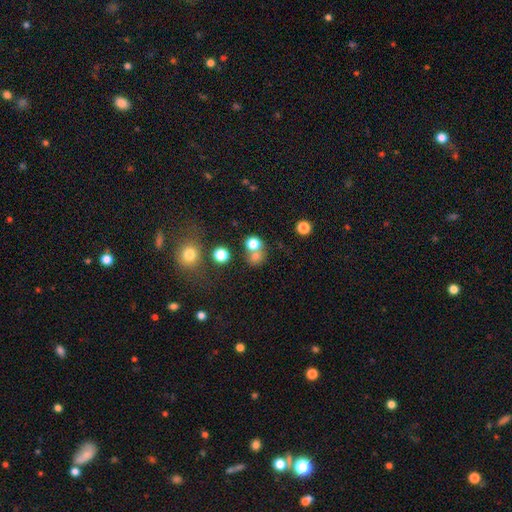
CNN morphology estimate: Overall: smooth (74%). How rounded: round (81%). Merging: none (49%; merger 39%).